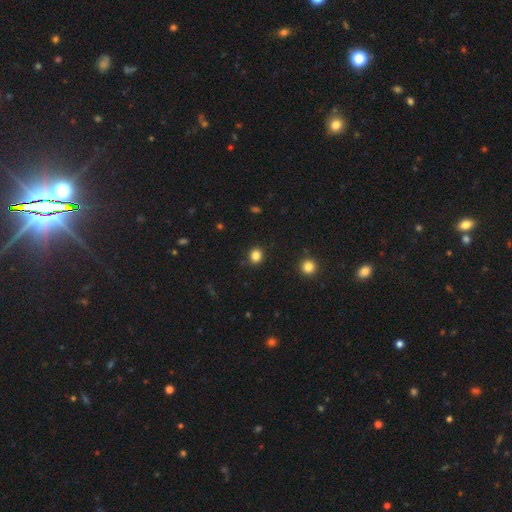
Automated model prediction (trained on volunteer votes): Q: Smooth or featured?
A: smooth (83%); runner-up: star or artifact (13%)
Q: How rounded?
A: round (79%); runner-up: in between (20%)
Q: Merging?
A: none (90%); runner-up: minor disturbance (7%)